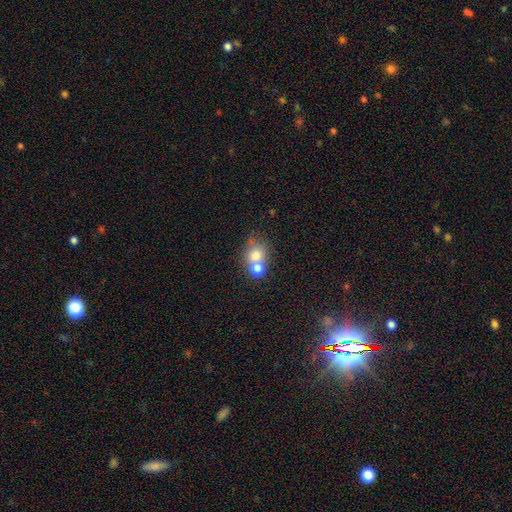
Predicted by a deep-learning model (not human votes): Smooth or featured: smooth — 74% (featured or disk — 15%)
How rounded: round — 73% (in between — 26%)
Merging: merger — 55% (none — 35%)